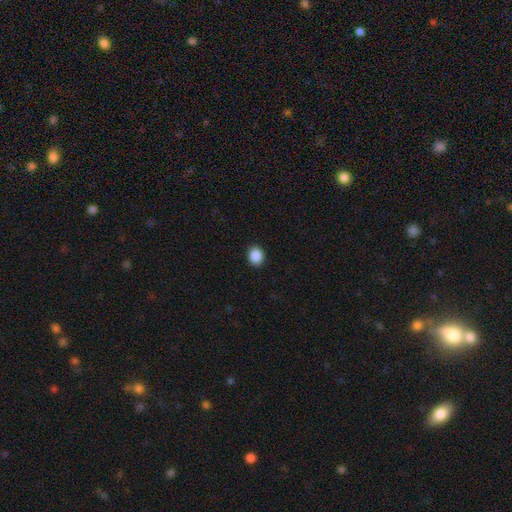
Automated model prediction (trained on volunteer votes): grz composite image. It shows a smooth galaxy with no disk features (89%) that is round (60%). Merging: none (91%).